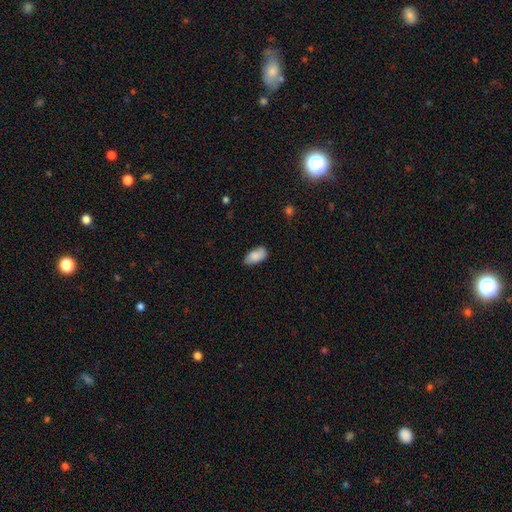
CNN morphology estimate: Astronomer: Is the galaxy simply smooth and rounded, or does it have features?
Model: smooth — 84%.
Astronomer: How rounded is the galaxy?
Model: in between — 94%.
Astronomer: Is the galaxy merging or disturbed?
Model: none — 75%.